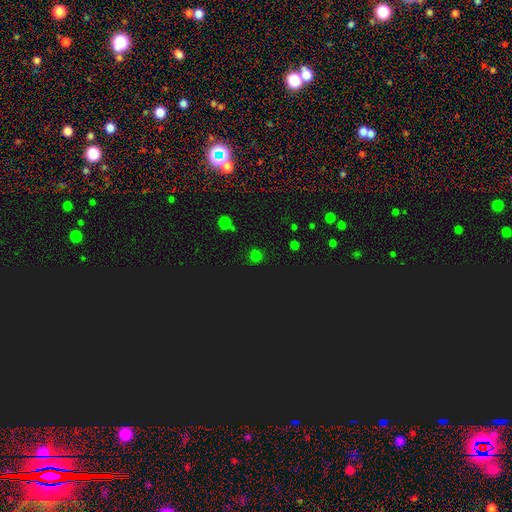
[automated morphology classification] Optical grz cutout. It shows a smooth galaxy with no disk features (57%) that is round (87%). Merging: none (81%).